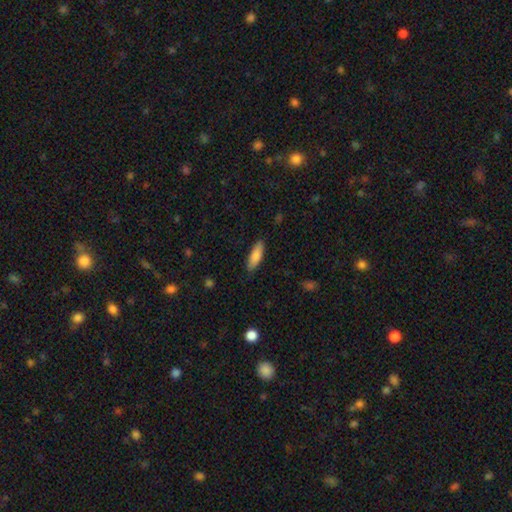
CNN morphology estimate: The model was most divided on "how rounded": in between: 55%, cigar-shaped: 43%, round: 2%. More confident: merging — none (86%); smooth or featured — smooth (85%).